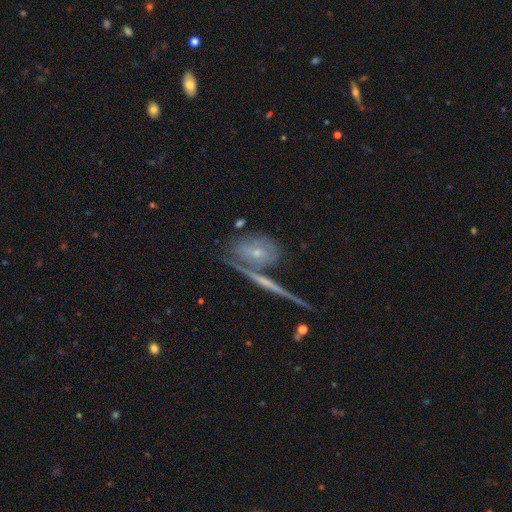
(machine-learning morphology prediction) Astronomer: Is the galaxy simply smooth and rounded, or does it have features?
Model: featured or disk — 68%.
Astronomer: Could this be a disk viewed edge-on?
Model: no — 64%.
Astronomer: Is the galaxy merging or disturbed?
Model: none — 54%.